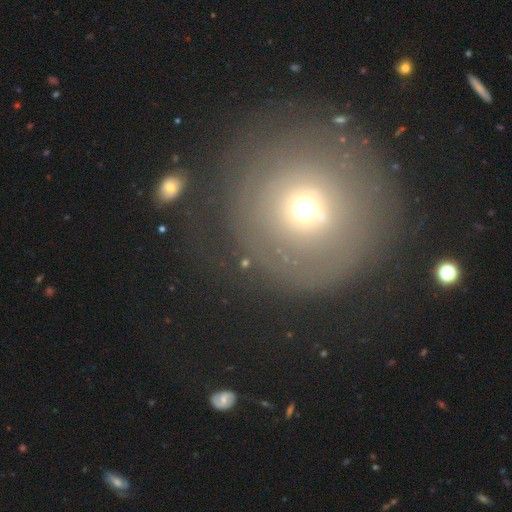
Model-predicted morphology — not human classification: A smooth galaxy with no disk features (51%) that is round (94%). Merging: none (67%).